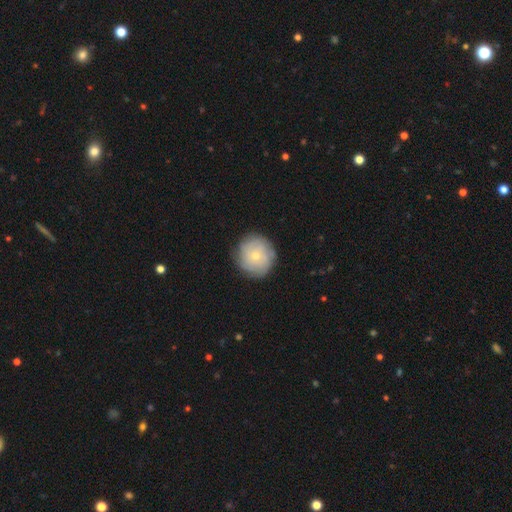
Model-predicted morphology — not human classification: The model was most divided on "smooth or featured": smooth: 50%, featured or disk: 42%, star or artifact: 8%. More confident: how rounded — round (87%); merging — none (82%).